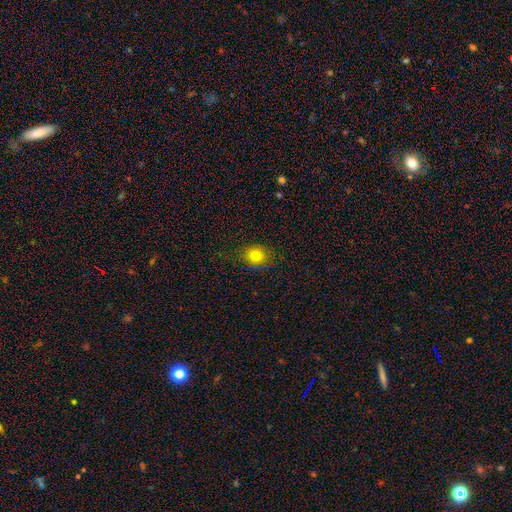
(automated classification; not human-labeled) Overall: smooth (80%). How rounded: round (70%). Merging: none (84%).